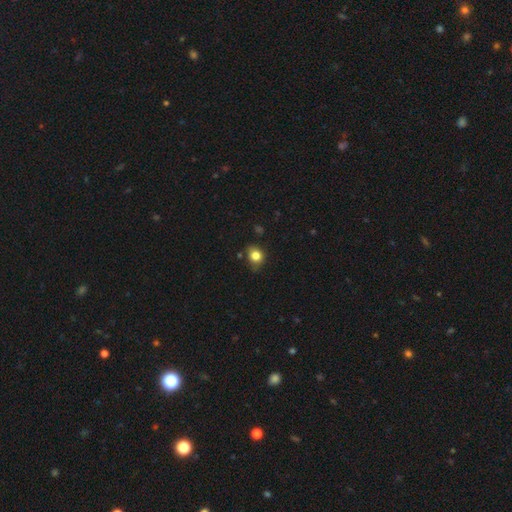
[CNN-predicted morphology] The model was most divided on "how rounded": round: 67%, in between: 32%, cigar-shaped: 1%. More confident: smooth or featured — smooth (82%); merging — none (72%).